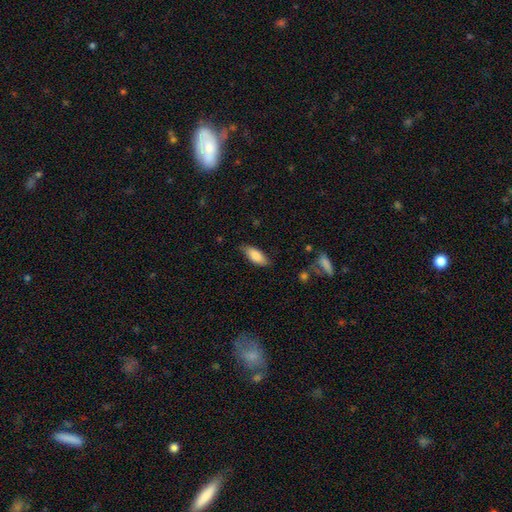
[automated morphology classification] type=smooth (84%); roundness=in between (79%); merging=none (75%).